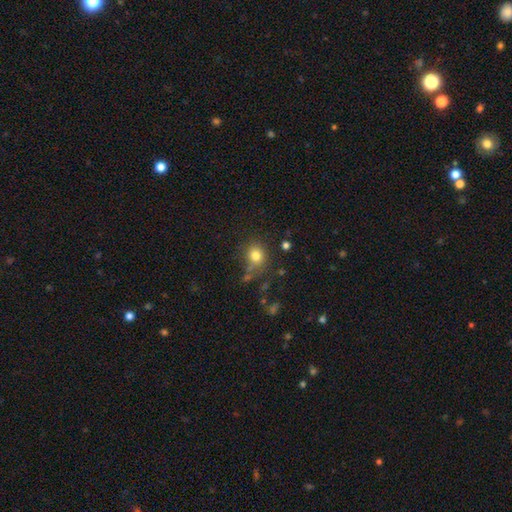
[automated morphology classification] Smooth or featured?
  - smooth: 79% *
  - star or artifact: 13%
  - featured or disk: 9%
How rounded?
  - round: 77% *
  - in between: 22%
  - cigar-shaped: 1%
Merging?
  - none: 65% *
  - minor disturbance: 18%
  - major disturbance: 8%
  - merger: 8%